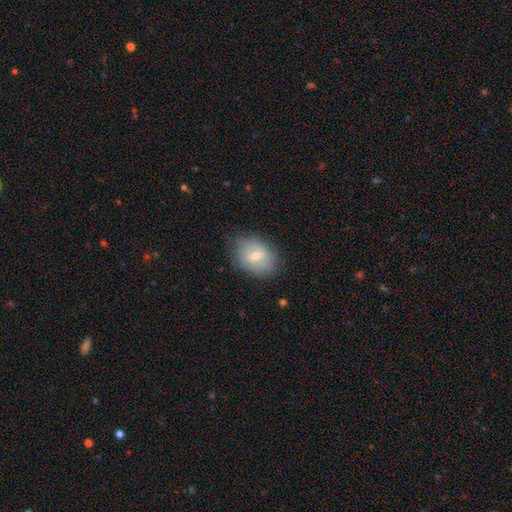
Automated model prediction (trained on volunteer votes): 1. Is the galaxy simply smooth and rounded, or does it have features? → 57% smooth, 34% featured or disk, 9% star or artifact.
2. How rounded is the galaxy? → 64% in between, 34% round, 1% cigar-shaped.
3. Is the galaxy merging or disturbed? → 78% none, 16% minor disturbance, 4% major disturbance, 1% merger.